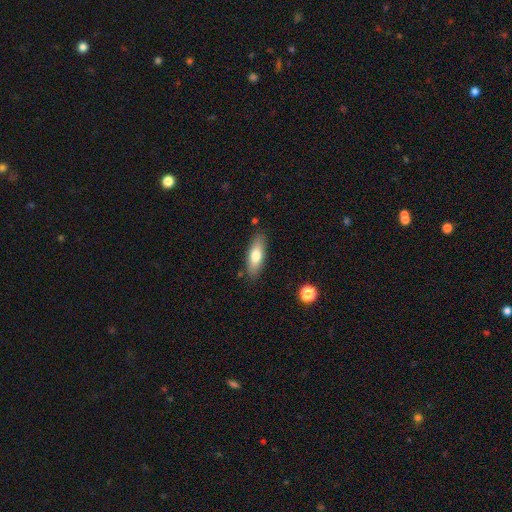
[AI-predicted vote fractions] Overall: smooth (71%). How rounded: in between (62%; cigar-shaped 36%). Merging: none (84%).